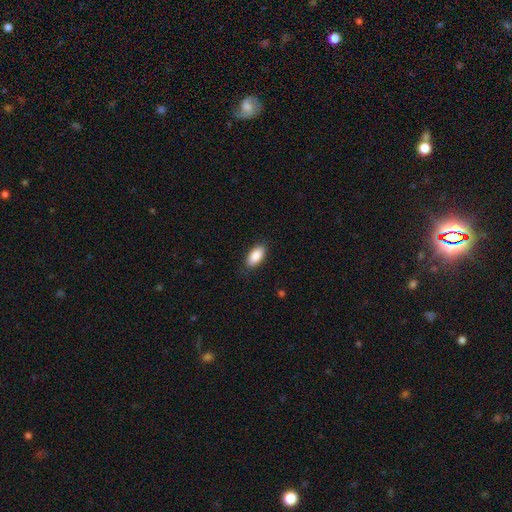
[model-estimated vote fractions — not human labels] The model was most divided on "merging": none: 85%, minor disturbance: 12%, major disturbance: 3%, merger: 1%. More confident: how rounded — in between (92%); smooth or featured — smooth (89%).